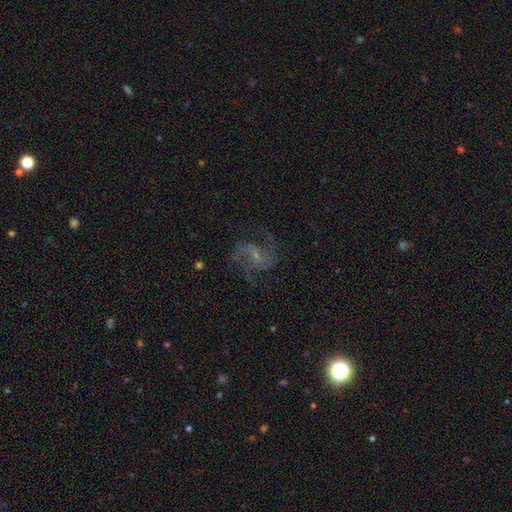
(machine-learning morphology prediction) Smooth or featured? featured or disk (85%)
Edge-on disk? no (98%)
Bar? weak (48%)
Spiral arms? yes (96%)
Spiral winding? medium (54%)
Spiral arm count? 2 (73%)
Bulge size? small (68%)
Merging? none (69%)